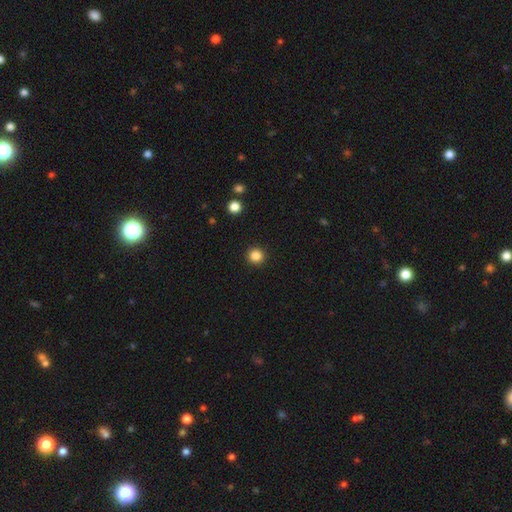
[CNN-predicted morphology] A smooth galaxy with no disk features (85%) that is round (94%).

Vote fractions:
- Smooth or featured? smooth: 85% / star or artifact: 11% / featured or disk: 4%
- How rounded? round: 94% / in between: 5% / cigar-shaped: 1%
- Merging? none: 93% / minor disturbance: 5% / major disturbance: 2% / merger: 1%